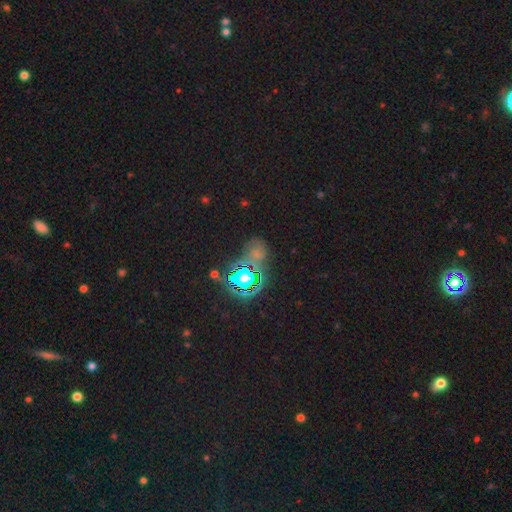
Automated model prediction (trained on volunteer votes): Smooth or featured? Predicted: star or artifact (p=0.53).